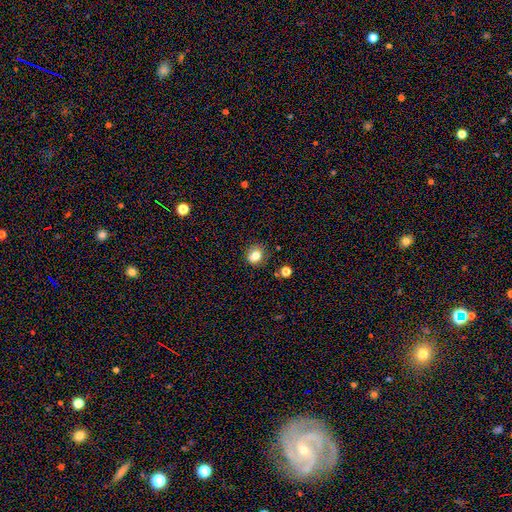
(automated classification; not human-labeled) A smooth galaxy with no disk features (78%) that is round (63%).

Vote fractions:
- Smooth or featured? smooth: 78% / star or artifact: 13% / featured or disk: 9%
- How rounded? round: 63% / in between: 35% / cigar-shaped: 1%
- Merging? none: 76% / minor disturbance: 16% / merger: 4% / major disturbance: 4%